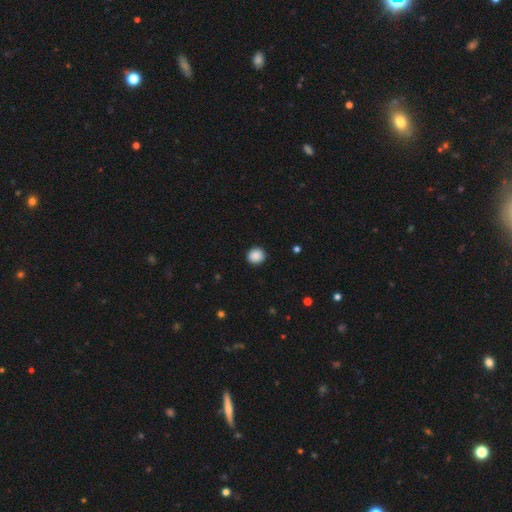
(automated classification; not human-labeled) A smooth galaxy with no disk features (89%) that is round (87%).

Vote fractions:
- Smooth or featured? smooth: 89% / star or artifact: 9% / featured or disk: 3%
- How rounded? round: 87% / in between: 12% / cigar-shaped: 1%
- Merging? none: 91% / minor disturbance: 6% / major disturbance: 2% / merger: 1%